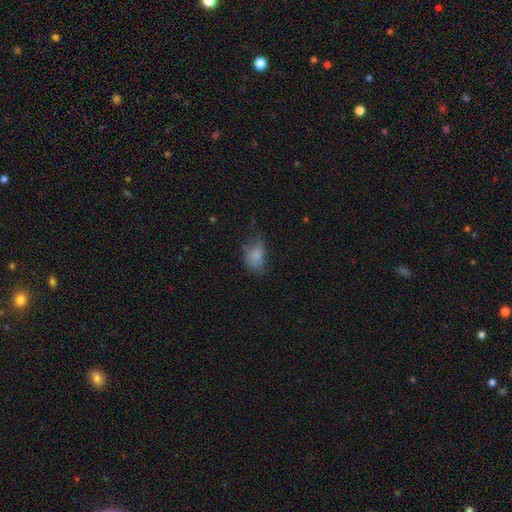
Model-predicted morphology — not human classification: A smooth galaxy with no disk features (78%) that is in between round and cigar-shaped (84%).

Vote fractions:
- Smooth or featured? smooth: 78% / featured or disk: 12% / star or artifact: 10%
- How rounded? in between: 84% / round: 15% / cigar-shaped: 2%
- Merging? none: 45% / minor disturbance: 33% / major disturbance: 20% / merger: 2%